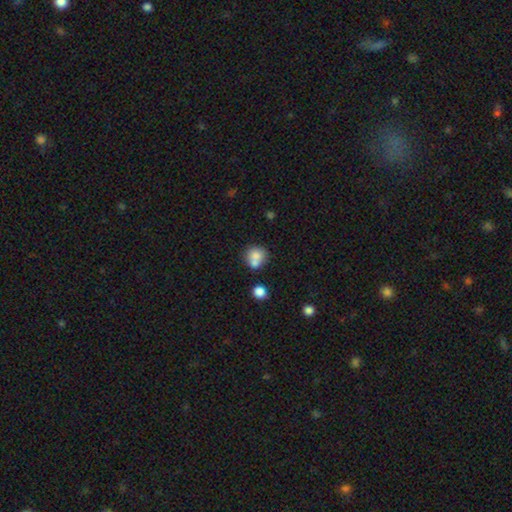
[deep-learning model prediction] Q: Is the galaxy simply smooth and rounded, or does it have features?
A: smooth — 76%.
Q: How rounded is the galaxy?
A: round — 82%.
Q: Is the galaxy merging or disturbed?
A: none — 45%.